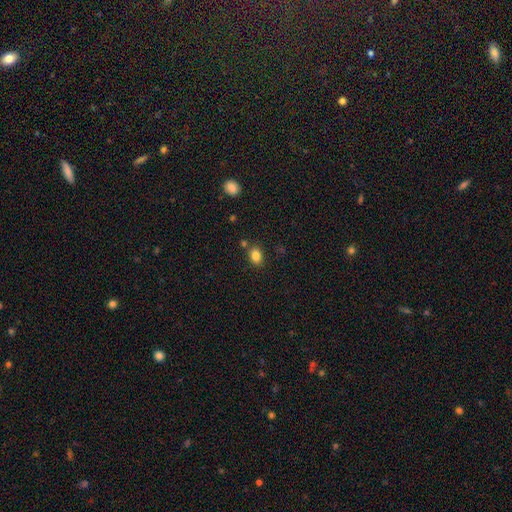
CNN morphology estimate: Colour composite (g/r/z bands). It shows a smooth galaxy with no disk features (84%) that is in between round and cigar-shaped (69%). Merging: none (77%).